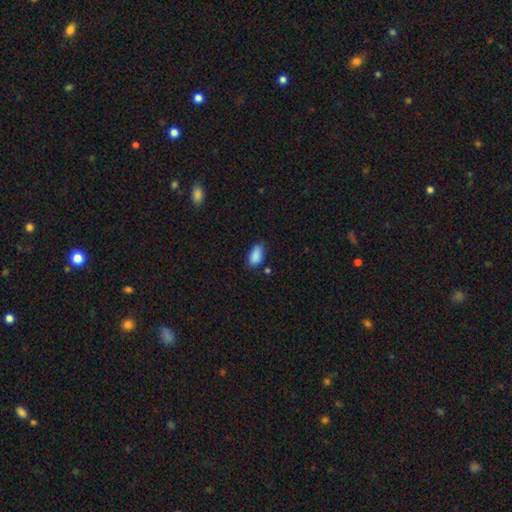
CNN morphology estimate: Smooth or featured: smooth — 88% (star or artifact — 8%)
How rounded: in between — 92% (round — 5%)
Merging: none — 69% (minor disturbance — 23%)